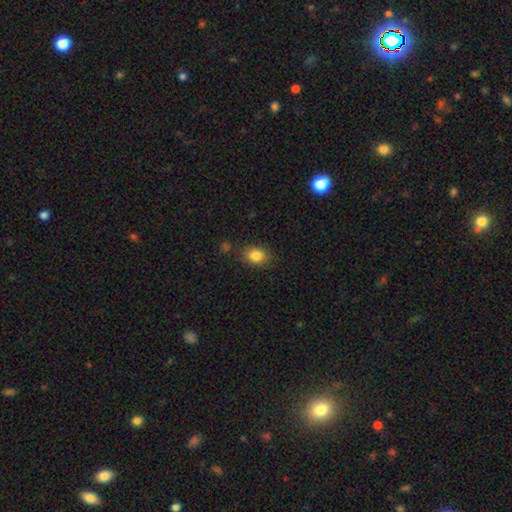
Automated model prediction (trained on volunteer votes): Morphology: type=smooth (84%); roundness=in between (51%); merging=none (82%).